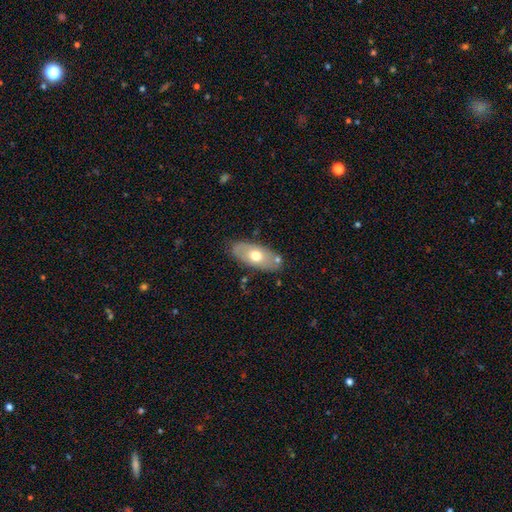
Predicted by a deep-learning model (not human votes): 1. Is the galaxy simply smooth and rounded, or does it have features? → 59% smooth, 36% featured or disk, 6% star or artifact.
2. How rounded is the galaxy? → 89% in between, 7% cigar-shaped, 4% round.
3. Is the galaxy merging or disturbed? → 78% none, 14% minor disturbance, 5% merger, 3% major disturbance.